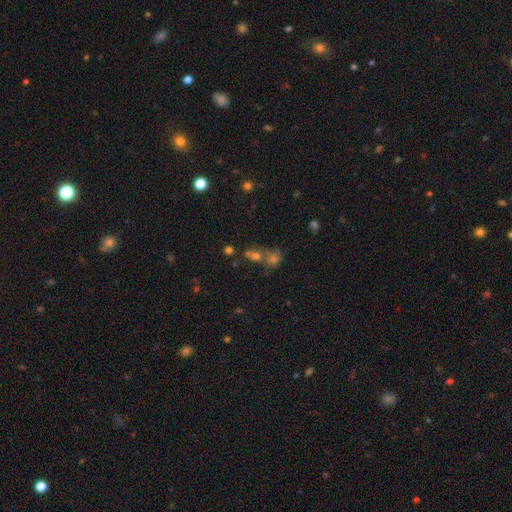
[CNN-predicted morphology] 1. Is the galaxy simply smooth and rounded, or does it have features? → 52% smooth, 34% star or artifact, 14% featured or disk.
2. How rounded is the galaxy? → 66% round, 32% in between, 3% cigar-shaped.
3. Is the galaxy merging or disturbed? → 46% merger, 40% none, 8% minor disturbance, 5% major disturbance.